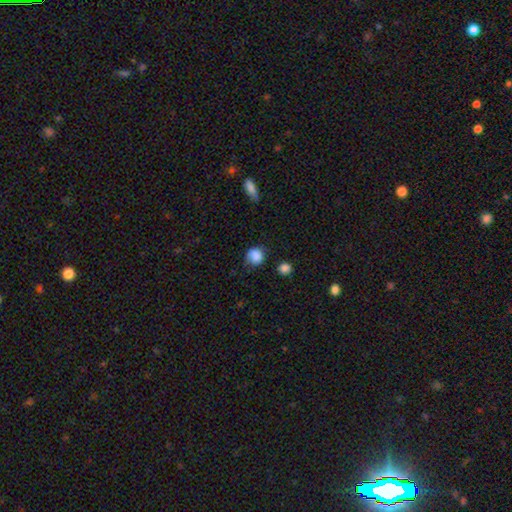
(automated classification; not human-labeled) smooth-or-featured: smooth: 86% | star or artifact: 9% | featured or disk: 5%
  how-rounded: round: 81% | in between: 17% | cigar-shaped: 1%
  merging: none: 69% | minor disturbance: 22% | major disturbance: 6% | merger: 3%